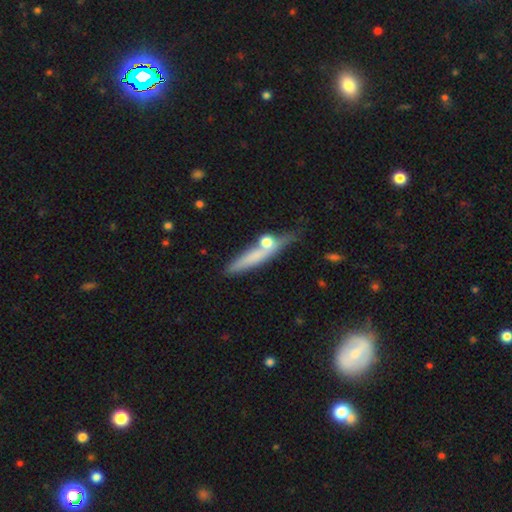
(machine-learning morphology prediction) Smooth or featured?
  - smooth: 55% *
  - featured or disk: 38%
  - star or artifact: 8%
How rounded?
  - cigar-shaped: 85% *
  - in between: 10%
  - round: 4%
Merging?
  - none: 65% *
  - minor disturbance: 17%
  - merger: 12%
  - major disturbance: 5%